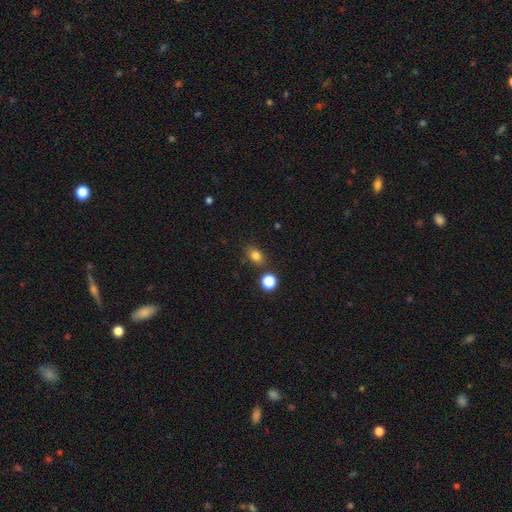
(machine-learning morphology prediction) smooth_or_featured: smooth (p=0.81) [alt: star or artifact p=0.13]
how_rounded: in between (p=0.64) [alt: round p=0.34]
merging: none (p=0.80) [alt: minor disturbance p=0.12]